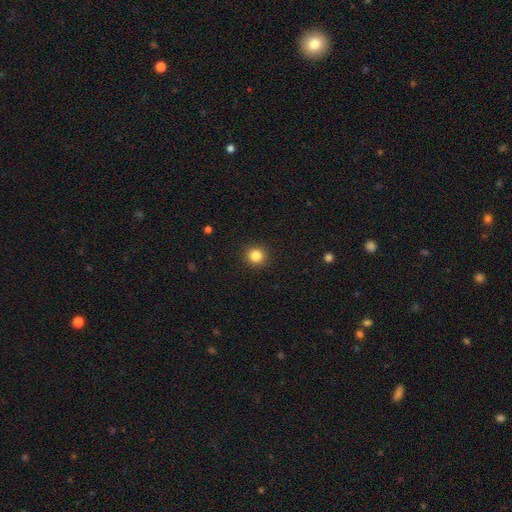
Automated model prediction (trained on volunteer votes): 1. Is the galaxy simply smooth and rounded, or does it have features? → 85% smooth, 11% star or artifact, 4% featured or disk.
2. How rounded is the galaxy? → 93% round, 6% in between, 1% cigar-shaped.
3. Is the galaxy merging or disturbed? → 92% none, 5% minor disturbance, 2% major disturbance, 1% merger.